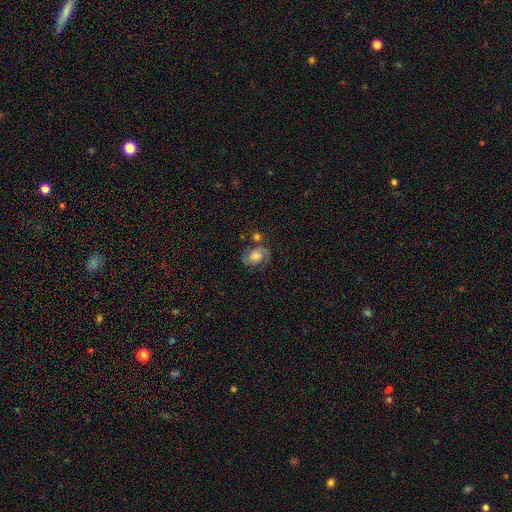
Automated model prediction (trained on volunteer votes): Morphology: type=featured or disk (72%); edge-on=no (97%); bar=no (67%); spiral arms=yes (94%); winding=medium (47%); arm count=2 (87%); bulge=moderate (34%); merging=none (69%).